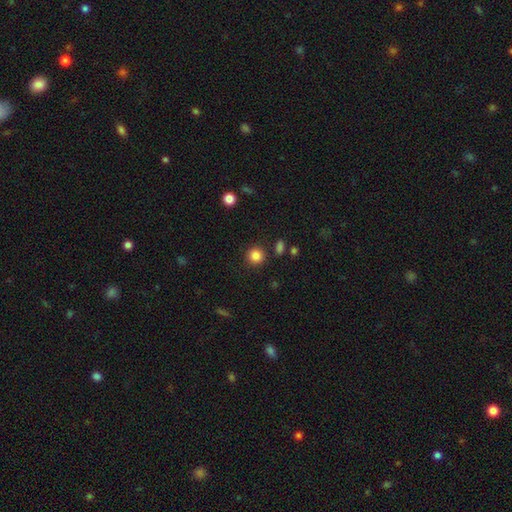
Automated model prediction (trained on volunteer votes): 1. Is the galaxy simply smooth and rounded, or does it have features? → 85% smooth, 11% star or artifact, 4% featured or disk.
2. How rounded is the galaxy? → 93% round, 6% in between, 1% cigar-shaped.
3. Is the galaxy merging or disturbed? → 88% none, 6% minor disturbance, 3% merger, 2% major disturbance.